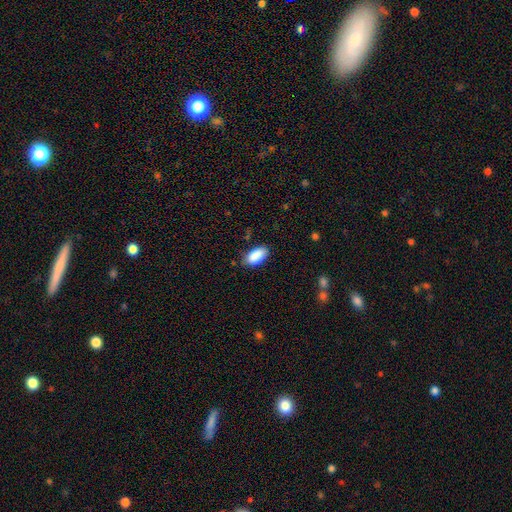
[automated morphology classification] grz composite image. It shows a smooth galaxy with no disk features (90%) that is in between round and cigar-shaped (95%). Merging: none (80%).